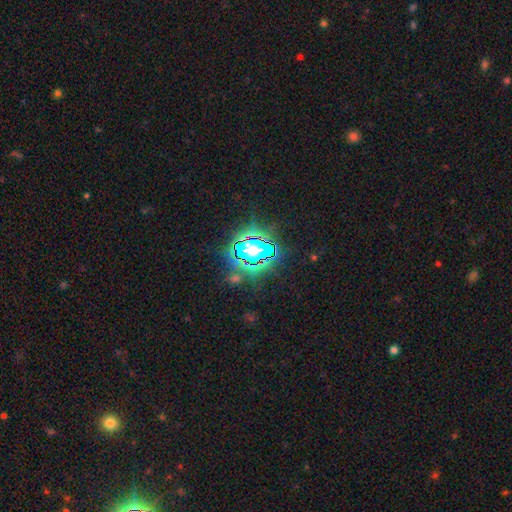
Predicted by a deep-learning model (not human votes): Q: Smooth or featured?
A: star or artifact (73%); runner-up: smooth (15%)